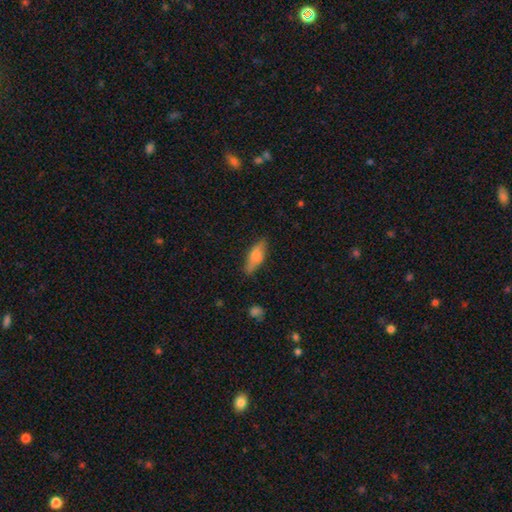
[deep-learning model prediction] A smooth galaxy with no disk features (75%) that is in between round and cigar-shaped (62%).

Vote fractions:
- Smooth or featured? smooth: 75% / featured or disk: 18% / star or artifact: 7%
- How rounded? in between: 62% / cigar-shaped: 36% / round: 2%
- Merging? none: 67% / minor disturbance: 25% / major disturbance: 6% / merger: 2%